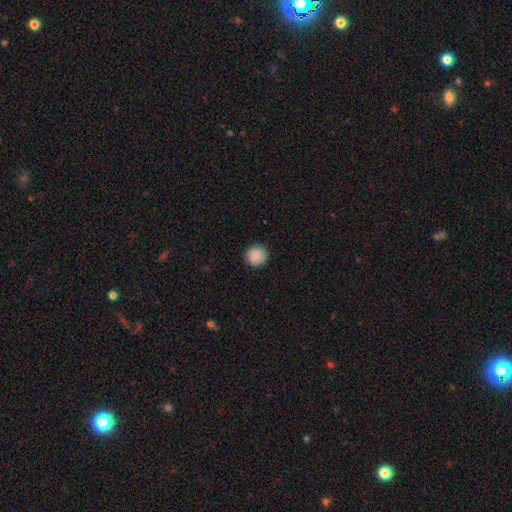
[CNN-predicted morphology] smooth_or_featured: smooth (p=0.89) [alt: star or artifact p=0.07]
how_rounded: round (p=0.95) [alt: in between p=0.04]
merging: none (p=0.92) [alt: minor disturbance p=0.05]